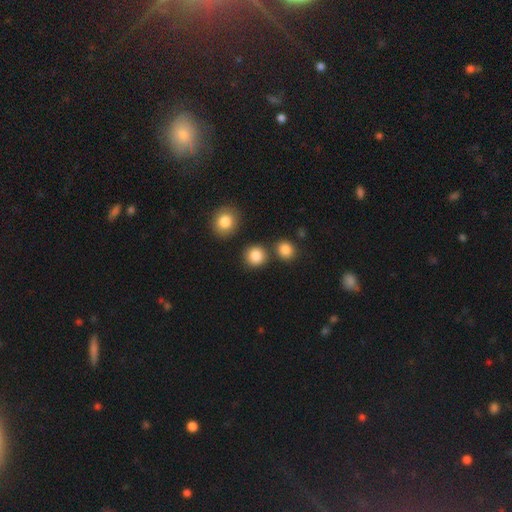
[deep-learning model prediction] smooth_or_featured: smooth (p=0.85) [alt: star or artifact p=0.10]
how_rounded: round (p=0.91) [alt: in between p=0.08]
merging: none (p=0.83) [alt: minor disturbance p=0.07]